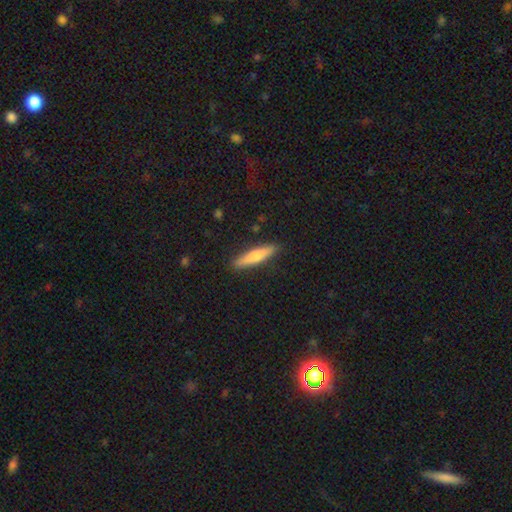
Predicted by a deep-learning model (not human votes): Smooth or featured: smooth — 67% (featured or disk — 27%)
How rounded: cigar-shaped — 86% (in between — 13%)
Merging: none — 89% (minor disturbance — 8%)